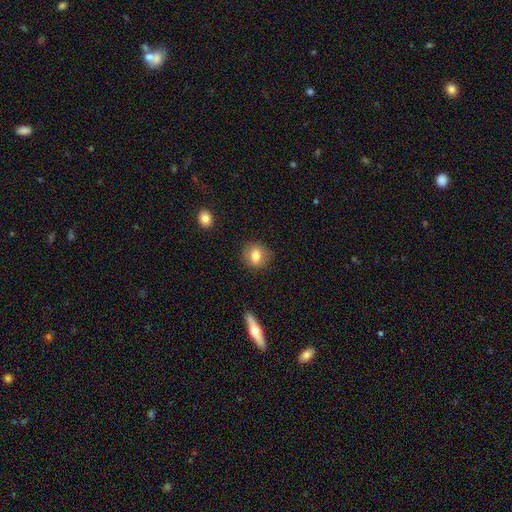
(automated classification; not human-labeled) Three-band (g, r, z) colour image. It shows a smooth galaxy with no disk features (80%) that is round (76%). Merging: none (85%).